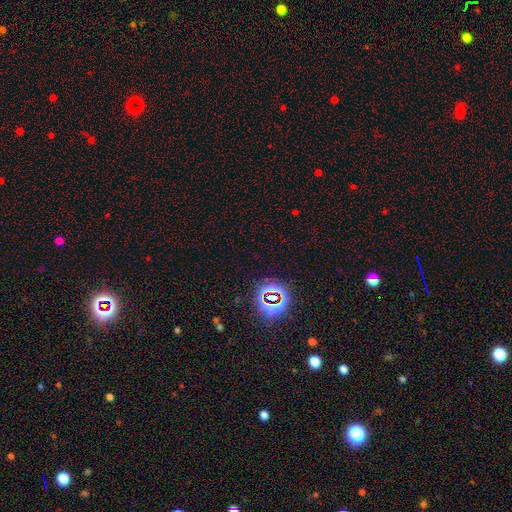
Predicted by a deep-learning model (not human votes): The model was most divided on "smooth or featured": star or artifact: 73%, smooth: 20%, featured or disk: 7%.